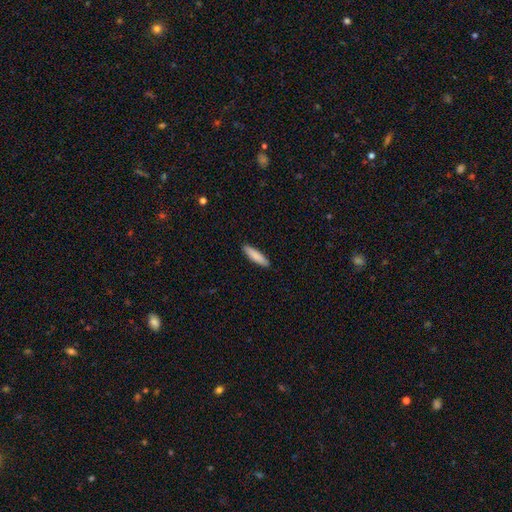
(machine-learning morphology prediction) Smooth or featured: smooth — 86% (featured or disk — 9%)
How rounded: cigar-shaped — 76% (in between — 23%)
Merging: none — 89% (minor disturbance — 8%)